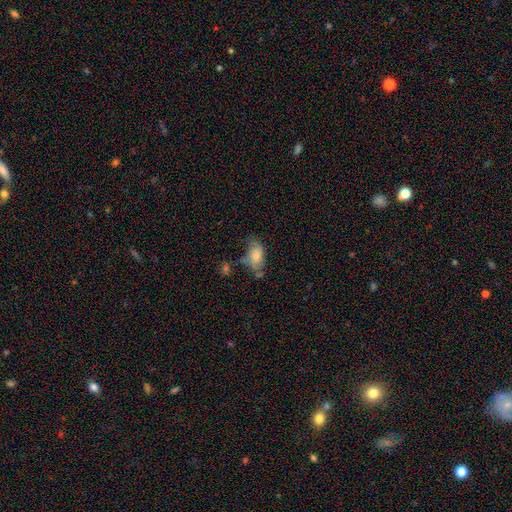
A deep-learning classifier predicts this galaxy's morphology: Overall: smooth (71%). How rounded: in between (91%). Merging: none (37%; minor disturbance 31%).